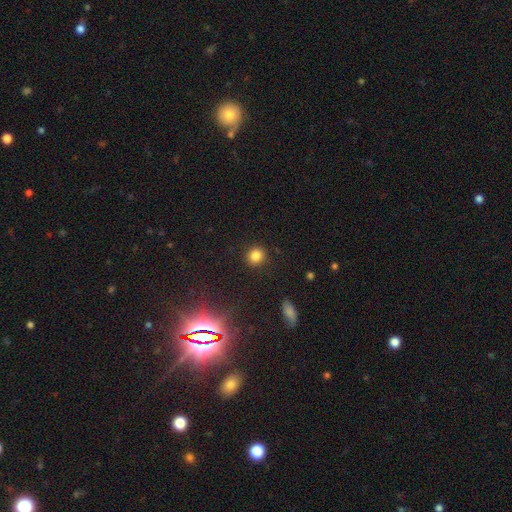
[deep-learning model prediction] This is clearly a smooth galaxy (83%). How rounded: clearly round (85%). Merging: clearly none (88%).